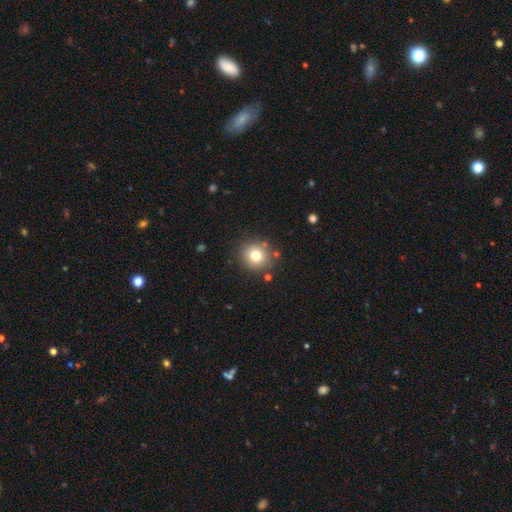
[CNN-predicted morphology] Q: Smooth or featured?
A: smooth (76%); runner-up: star or artifact (13%)
Q: How rounded?
A: round (90%); runner-up: in between (9%)
Q: Merging?
A: none (86%); runner-up: minor disturbance (8%)